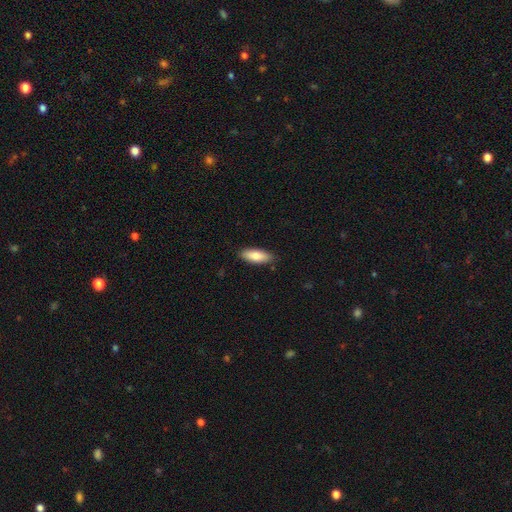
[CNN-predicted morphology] Overall: smooth (82%). How rounded: in between (71%). Merging: none (87%).